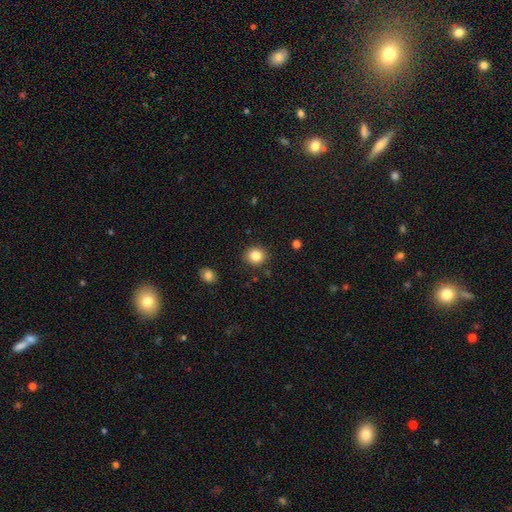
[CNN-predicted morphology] Overall: smooth (85%). How rounded: round (80%). Merging: none (89%).